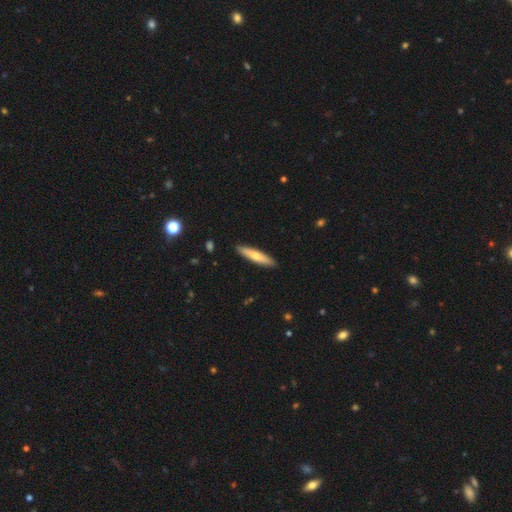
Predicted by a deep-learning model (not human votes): smooth 62%, featured or disk 32%, star or artifact 5%. Down the decision tree: how rounded — cigar-shaped (85%); merging — none (90%).